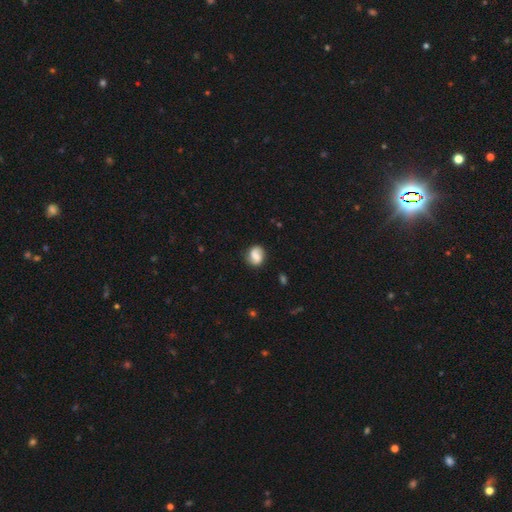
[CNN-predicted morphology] smooth 51%, featured or disk 40%, star or artifact 9%. Down the decision tree: how rounded — round (62%); merging — none (74%).